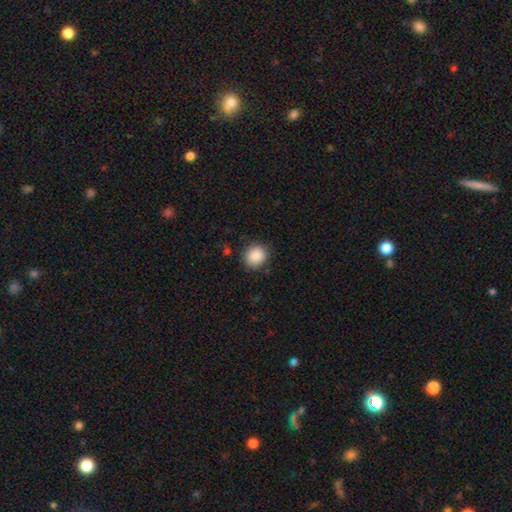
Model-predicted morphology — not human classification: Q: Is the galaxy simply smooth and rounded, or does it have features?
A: smooth — 88%.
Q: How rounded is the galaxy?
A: round — 88%.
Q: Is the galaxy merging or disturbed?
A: none — 86%.